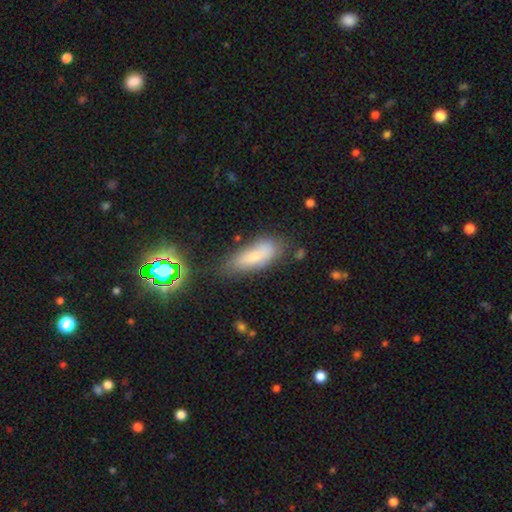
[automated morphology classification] Overall: smooth (71%). How rounded: in between (66%; cigar-shaped 31%). Merging: none (63%; minor disturbance 24%).